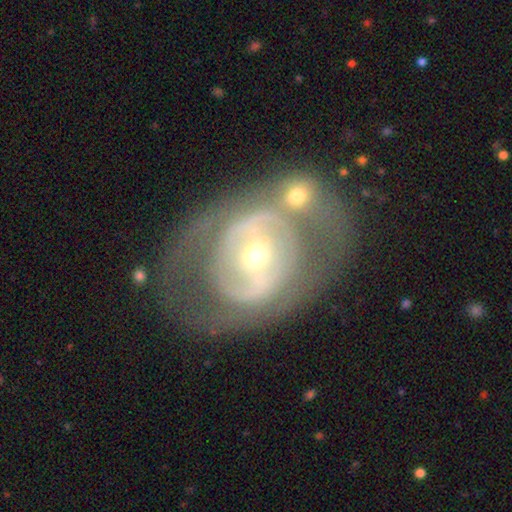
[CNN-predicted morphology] This appears to be a featured or disk galaxy (76%) with no bar (48%), no spiral arms (53%) and a small central bulge (60%). Merging: none (51%).